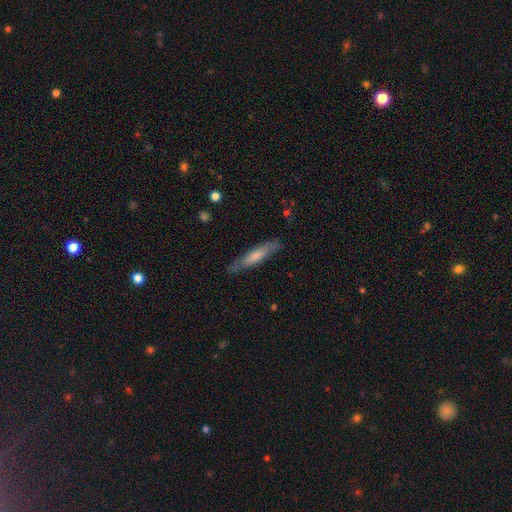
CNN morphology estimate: smooth-or-featured: smooth: 61% | featured or disk: 33% | star or artifact: 5%
  how-rounded: cigar-shaped: 85% | in between: 14% | round: 1%
  merging: none: 81% | minor disturbance: 15% | major disturbance: 3% | merger: 1%